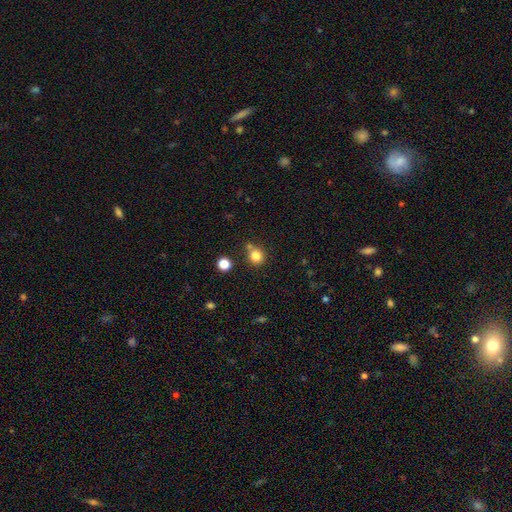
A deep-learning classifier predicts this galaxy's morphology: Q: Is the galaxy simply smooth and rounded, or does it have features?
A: smooth — 82%.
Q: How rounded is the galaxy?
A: round — 88%.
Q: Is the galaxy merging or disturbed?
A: none — 69%.